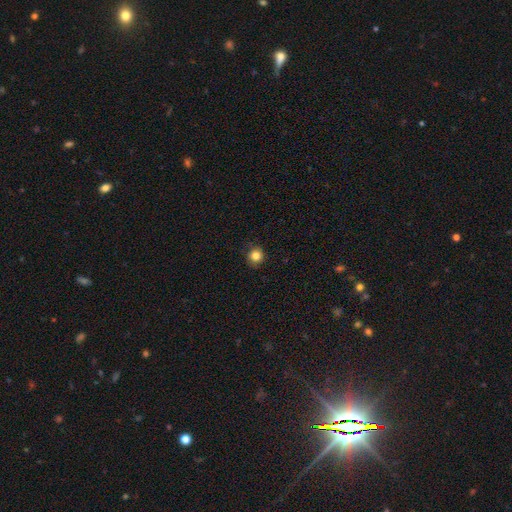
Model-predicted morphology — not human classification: A smooth galaxy with no disk features (83%) that is round (93%). Merging: none (89%).